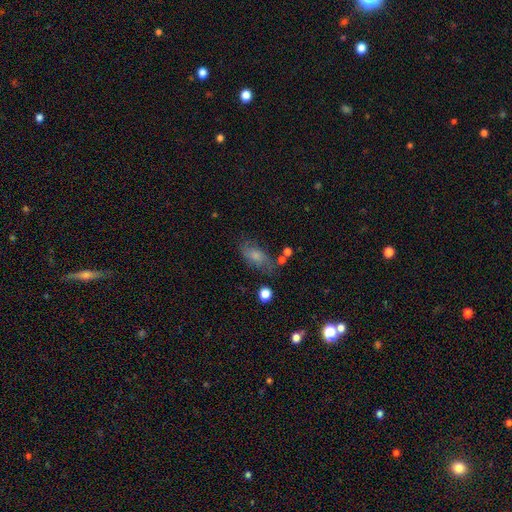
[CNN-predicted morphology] This appears to be a smooth galaxy with no disk features (61%) that is in between round and cigar-shaped (82%). Merging: none (62%).